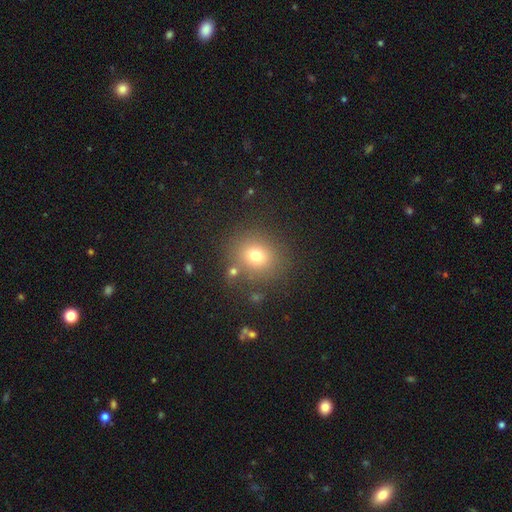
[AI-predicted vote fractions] Q: Smooth or featured?
A: smooth (73%); runner-up: star or artifact (17%)
Q: How rounded?
A: round (82%); runner-up: in between (17%)
Q: Merging?
A: none (80%); runner-up: minor disturbance (10%)